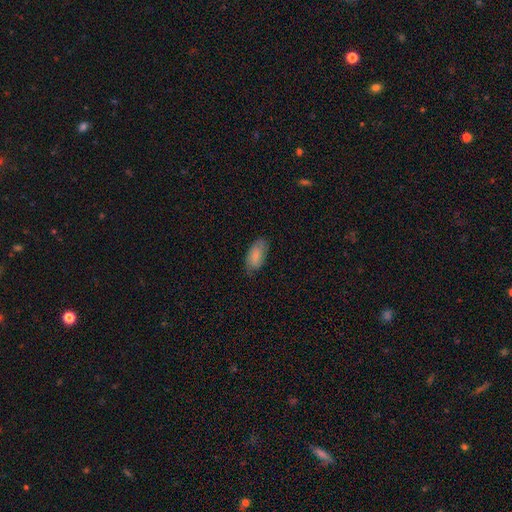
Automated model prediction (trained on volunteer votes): This appears to be a smooth galaxy with no disk features (81%) that is in between round and cigar-shaped (93%). Merging: none (71%).